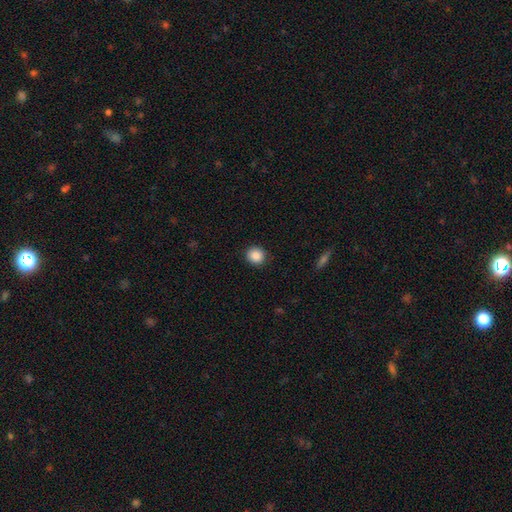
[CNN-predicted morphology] smooth-or-featured: smooth: 89% | star or artifact: 9% | featured or disk: 3%
  how-rounded: round: 88% | in between: 11% | cigar-shaped: 1%
  merging: none: 90% | minor disturbance: 7% | major disturbance: 2% | merger: 1%